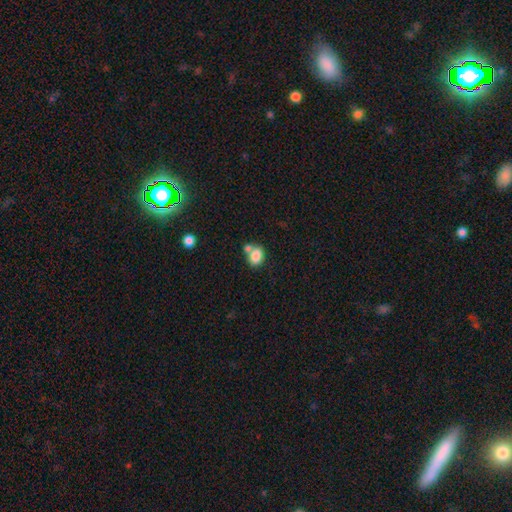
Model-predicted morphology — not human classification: This appears to be a smooth galaxy with no disk features (84%) that is in between round and cigar-shaped (73%). Merging: none (47%).